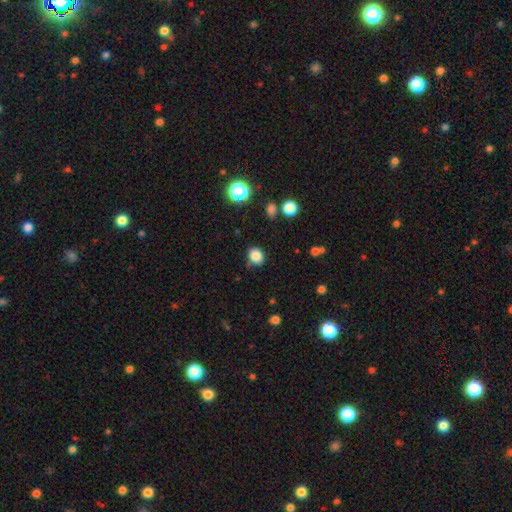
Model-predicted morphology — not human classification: Smooth or featured?
  - smooth: 84% *
  - star or artifact: 12%
  - featured or disk: 5%
How rounded?
  - round: 69% *
  - in between: 30%
  - cigar-shaped: 1%
Merging?
  - none: 80% *
  - minor disturbance: 13%
  - major disturbance: 3%
  - merger: 3%